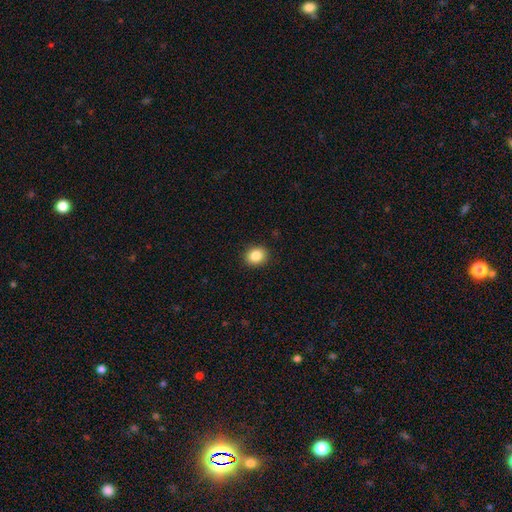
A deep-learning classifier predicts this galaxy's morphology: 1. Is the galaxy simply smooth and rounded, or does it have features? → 86% smooth, 10% star or artifact, 5% featured or disk.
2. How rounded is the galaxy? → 64% round, 36% in between, 1% cigar-shaped.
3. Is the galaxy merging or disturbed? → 90% none, 7% minor disturbance, 2% major disturbance, 1% merger.